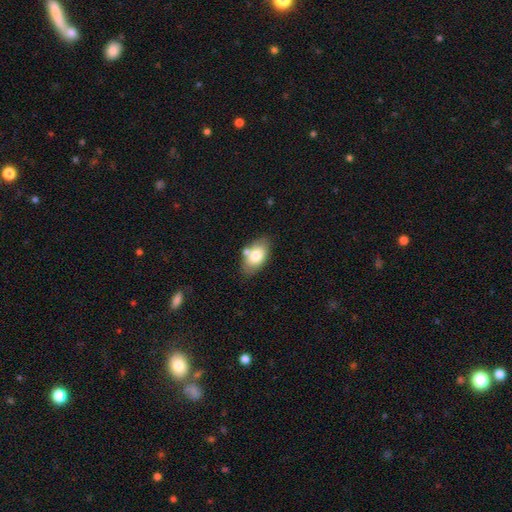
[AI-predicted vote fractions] Overall: smooth (77%). How rounded: in between (92%). Merging: none (67%).